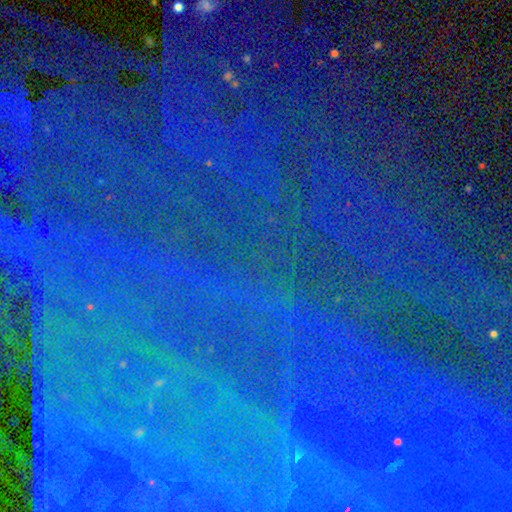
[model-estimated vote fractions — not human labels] This is clearly a star or artifact rather than a galaxy (82%).